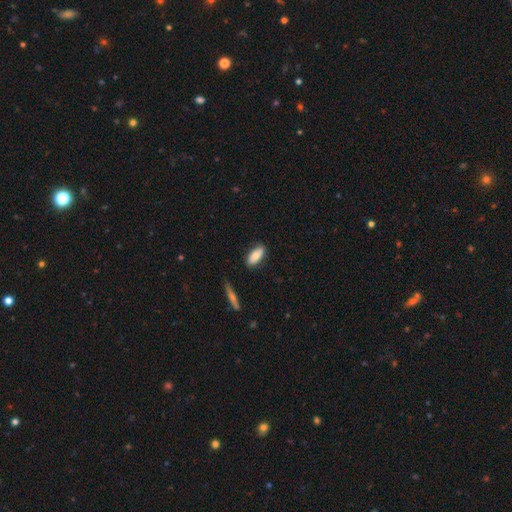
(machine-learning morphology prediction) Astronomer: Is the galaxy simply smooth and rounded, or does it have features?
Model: smooth — 74%.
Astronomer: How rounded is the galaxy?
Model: in between — 86%.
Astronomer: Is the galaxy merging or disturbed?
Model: none — 82%.